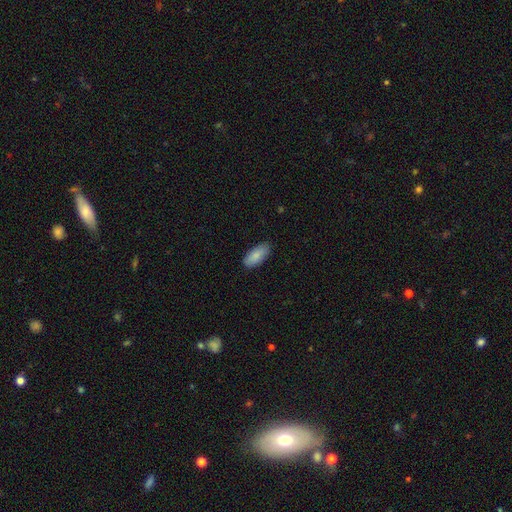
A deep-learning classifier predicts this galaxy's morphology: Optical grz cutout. It shows a smooth galaxy with no disk features (86%) that is in between round and cigar-shaped (86%). Merging: none (86%).